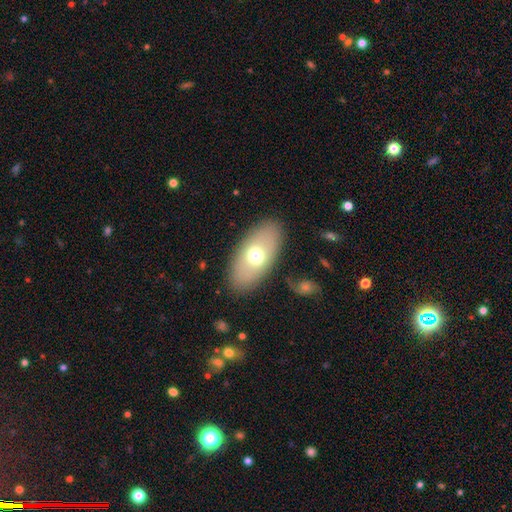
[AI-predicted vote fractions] smooth 64%, featured or disk 29%, star or artifact 7%. Down the decision tree: how rounded — in between (92%); merging — none (86%).